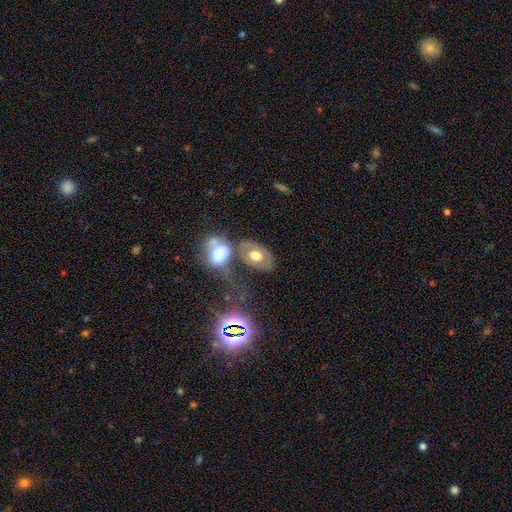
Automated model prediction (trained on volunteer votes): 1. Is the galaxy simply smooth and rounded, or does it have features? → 47% smooth, 44% featured or disk, 9% star or artifact.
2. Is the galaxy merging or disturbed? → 51% none, 26% merger, 15% minor disturbance, 8% major disturbance.